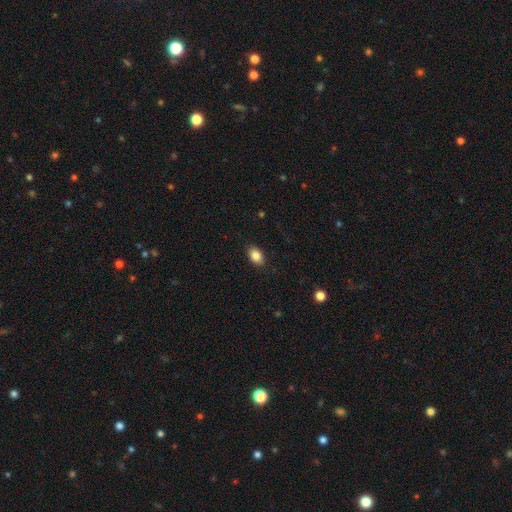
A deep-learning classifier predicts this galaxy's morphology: Smooth or featured? smooth (87%)
How rounded? in between (87%)
Merging? none (88%)